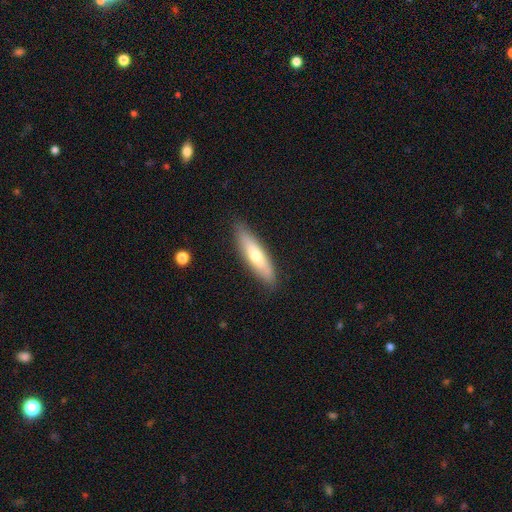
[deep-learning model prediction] The model was most divided on "smooth or featured": smooth: 62%, featured or disk: 32%, star or artifact: 6%. More confident: merging — none (87%); how rounded — cigar-shaped (71%).